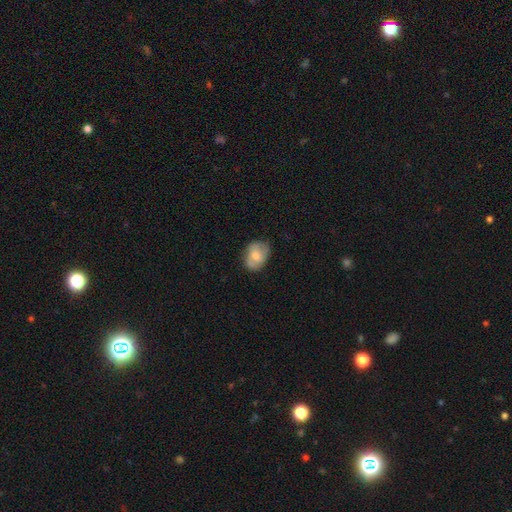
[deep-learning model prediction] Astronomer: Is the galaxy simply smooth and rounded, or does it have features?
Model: smooth — 68%.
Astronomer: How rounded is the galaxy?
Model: in between — 72%.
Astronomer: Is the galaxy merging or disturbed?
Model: none — 73%.